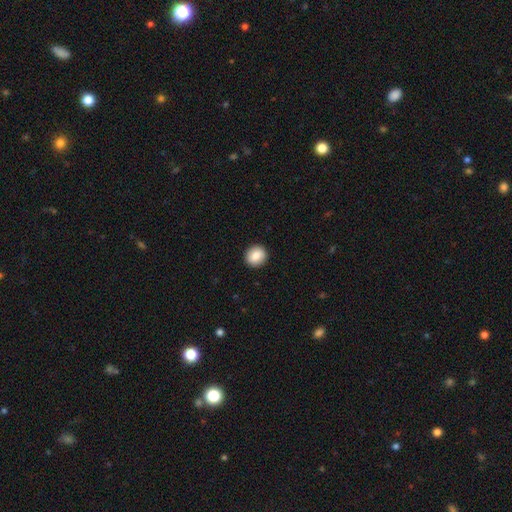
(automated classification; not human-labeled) This appears to be a smooth galaxy with no disk features (85%) that is round (84%). Merging: none (92%).